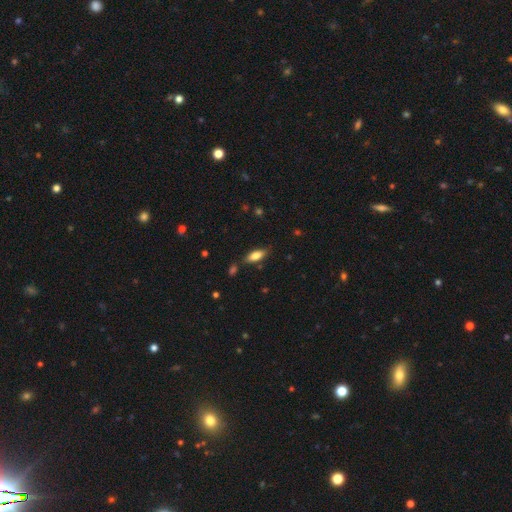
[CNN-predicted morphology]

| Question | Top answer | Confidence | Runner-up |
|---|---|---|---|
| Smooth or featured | smooth | 80% | featured or disk (13%) |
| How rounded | in between | 76% | cigar-shaped (22%) |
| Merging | none | 80% | minor disturbance (14%) |